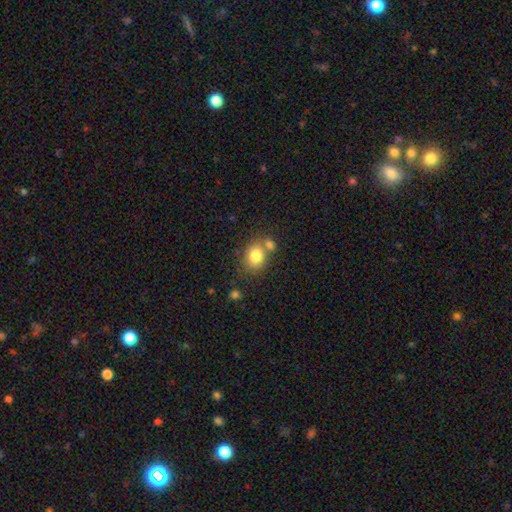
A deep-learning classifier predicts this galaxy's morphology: Smooth or featured? Predicted: smooth (p=0.80). How rounded? Predicted: round (p=0.54). Merging? Predicted: none (p=0.58).